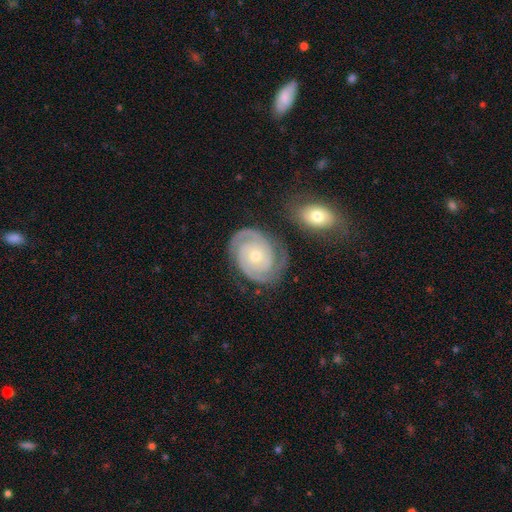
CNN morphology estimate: The model was most divided on "bulge size": small: 56%, moderate: 41%, large: 2%, none: 1%, dominant: 1%. More confident: spiral arms — yes (98%); edge-on disk — no (98%); smooth or featured — featured or disk (90%); spiral arm count — 2 (84%); bar — no (79%); merging — none (79%); spiral winding — tight (78%).